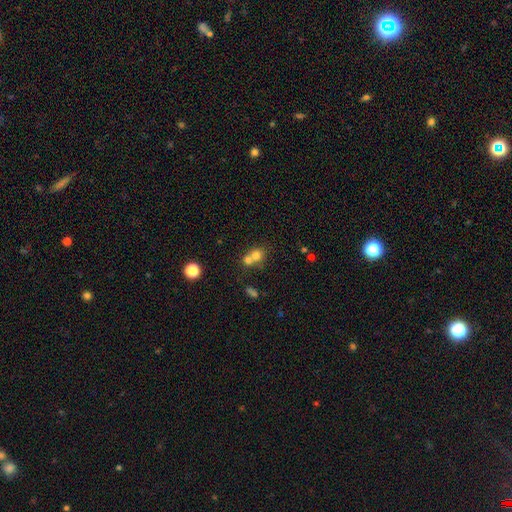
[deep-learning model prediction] Smooth or featured? smooth (72%)
How rounded? round (78%)
Merging? merger (58%)